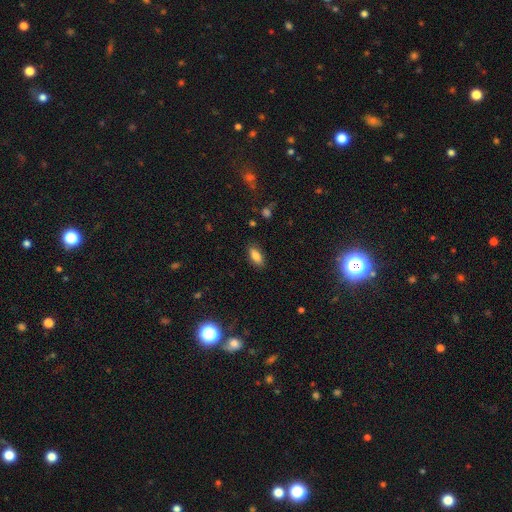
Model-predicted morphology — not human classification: A smooth galaxy with no disk features (84%) that is in between round and cigar-shaped (85%).

Vote fractions:
- Smooth or featured? smooth: 84% / star or artifact: 9% / featured or disk: 7%
- How rounded? in between: 85% / cigar-shaped: 12% / round: 3%
- Merging? none: 86% / minor disturbance: 10% / major disturbance: 2% / merger: 1%